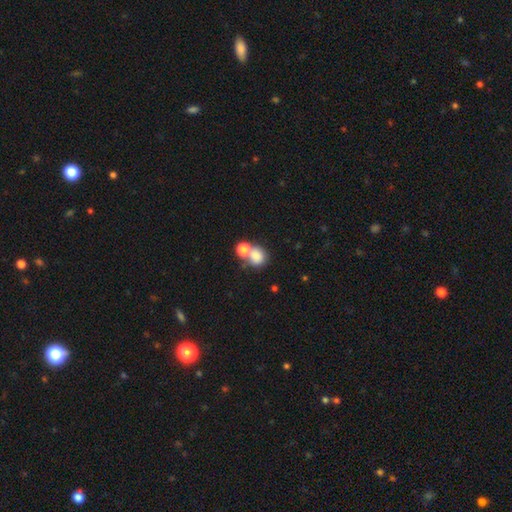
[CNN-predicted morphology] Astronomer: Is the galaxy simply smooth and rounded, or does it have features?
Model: smooth — 79%.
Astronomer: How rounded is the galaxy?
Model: round — 76%.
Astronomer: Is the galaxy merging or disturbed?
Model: merger — 48% (runner-up: none, 40%).